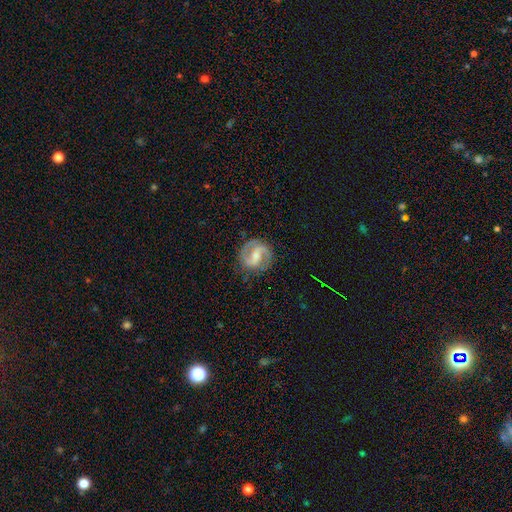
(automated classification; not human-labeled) Smooth or featured? featured or disk (87%)
Edge-on disk? no (98%)
Bar? weak (49%)
Spiral arms? yes (97%)
Spiral winding? medium (54%)
Spiral arm count? 2 (91%)
Bulge size? small (42%, tied with moderate)
Merging? none (82%)